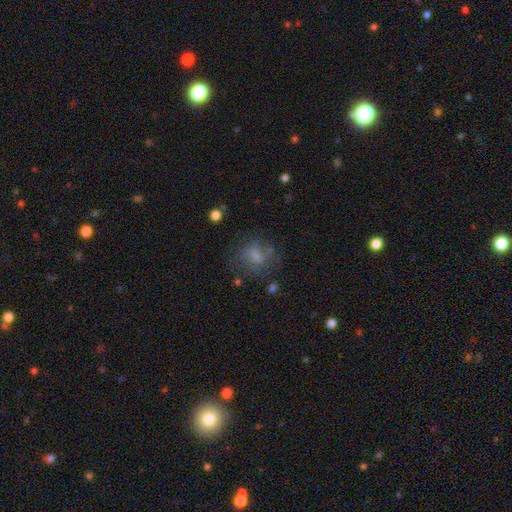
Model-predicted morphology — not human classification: This is possibly a smooth galaxy (58%). How rounded: possibly round (55%). Merging: possibly none (54%).